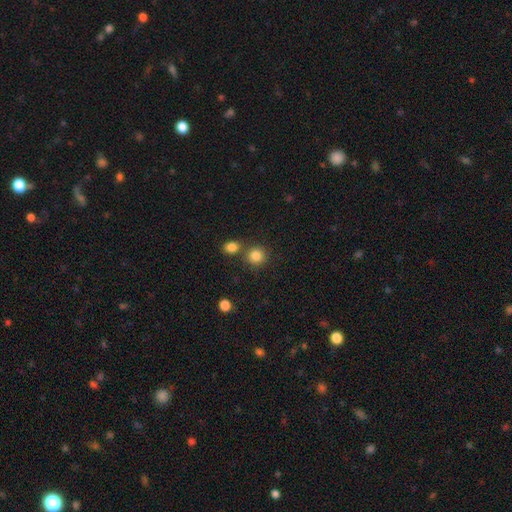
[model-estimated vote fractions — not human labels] Smooth or featured: smooth — 84% (star or artifact — 11%)
How rounded: round — 89% (in between — 10%)
Merging: none — 71% (merger — 18%)